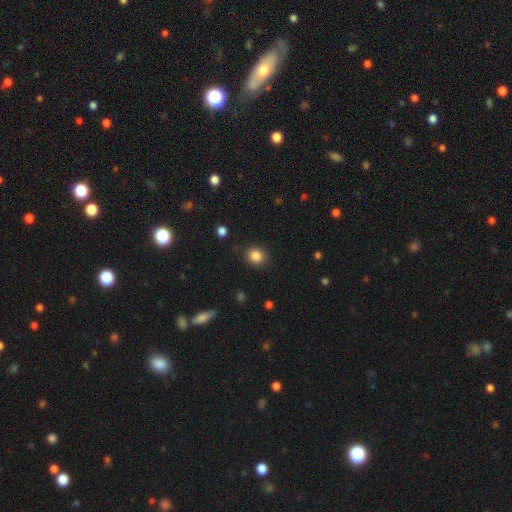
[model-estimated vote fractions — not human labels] Morphology: type=smooth (85%); roundness=round (78%); merging=none (87%).